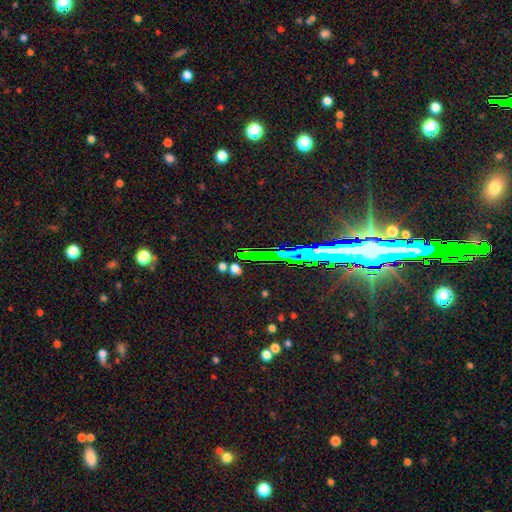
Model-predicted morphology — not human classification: A star or artifact, not a galaxy (51%).

Vote fractions:
- Smooth or featured? star or artifact: 51% / smooth: 37% / featured or disk: 11%